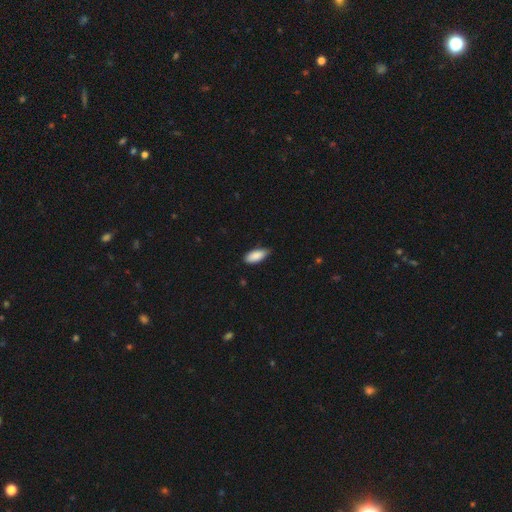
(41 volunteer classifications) smooth 93%, featured or disk 5%, star or artifact 2%. Down the decision tree: how rounded — in between (89%); merging — none (68%).